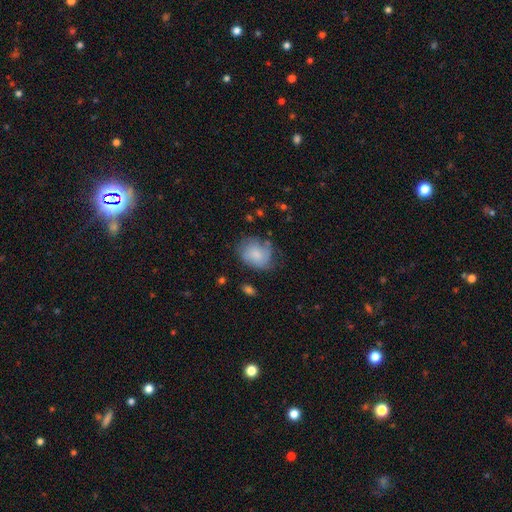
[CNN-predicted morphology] A smooth galaxy with no disk features (67%) that is in between round and cigar-shaped (53%).

Vote fractions:
- Smooth or featured? smooth: 67% / featured or disk: 26% / star or artifact: 8%
- How rounded? in between: 53% / round: 46% / cigar-shaped: 1%
- Merging? none: 52% / minor disturbance: 31% / major disturbance: 14% / merger: 3%